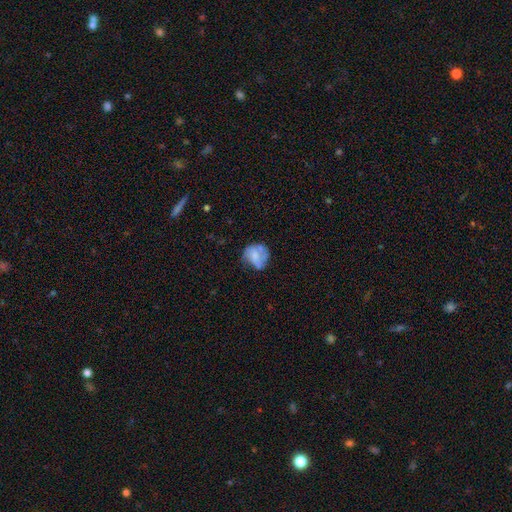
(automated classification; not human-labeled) Overall: smooth (51%; featured or disk 40%). How rounded: round (66%; in between 33%). Merging: none (42%; minor disturbance 30%).